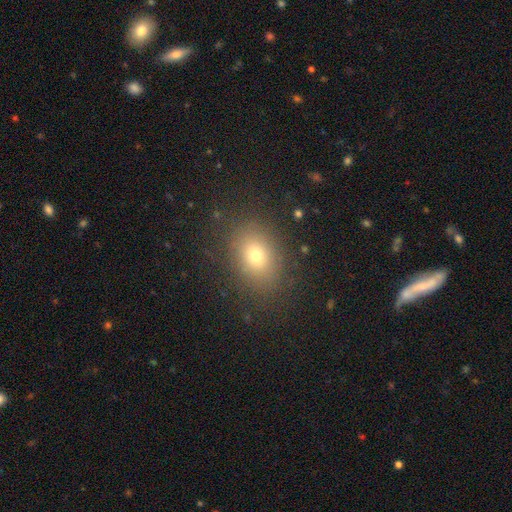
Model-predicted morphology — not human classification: Smooth or featured? smooth (73%)
How rounded? in between (60%)
Merging? none (84%)